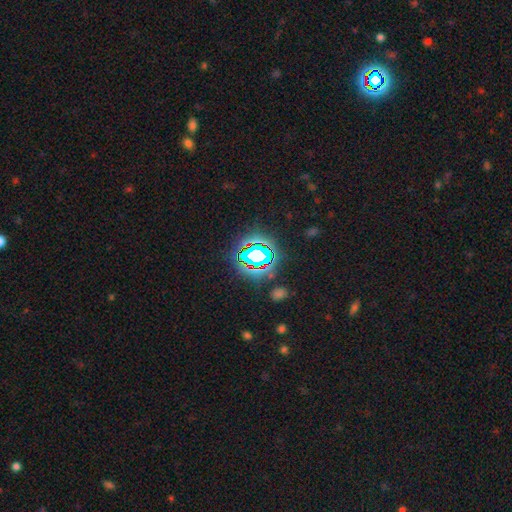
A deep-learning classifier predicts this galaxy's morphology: type=star or artifact (68%).